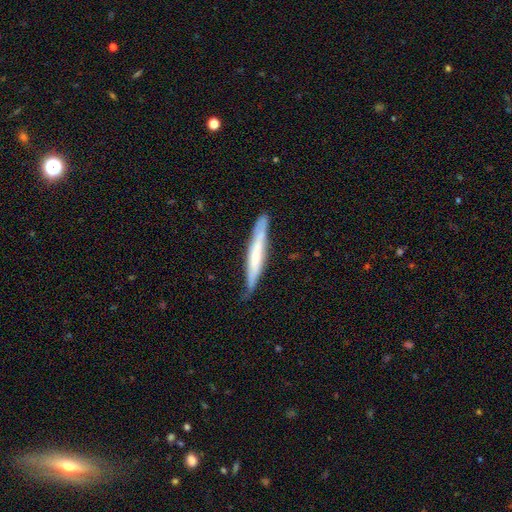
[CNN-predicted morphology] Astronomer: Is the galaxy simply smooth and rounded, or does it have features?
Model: smooth — 47%, tied with featured or disk at 47%.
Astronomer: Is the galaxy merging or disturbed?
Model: none — 76%.